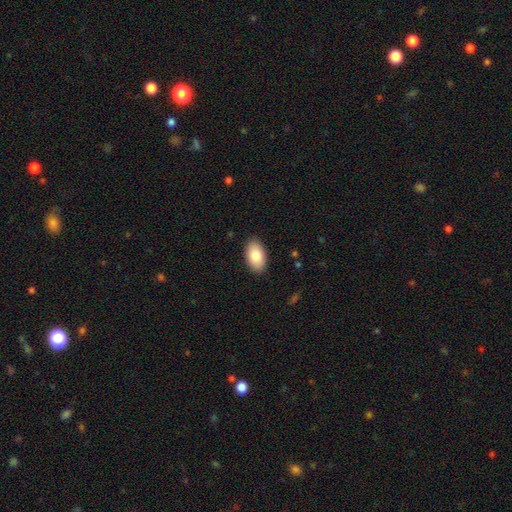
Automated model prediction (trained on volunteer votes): Overall: smooth (84%). How rounded: in between (95%). Merging: none (89%).